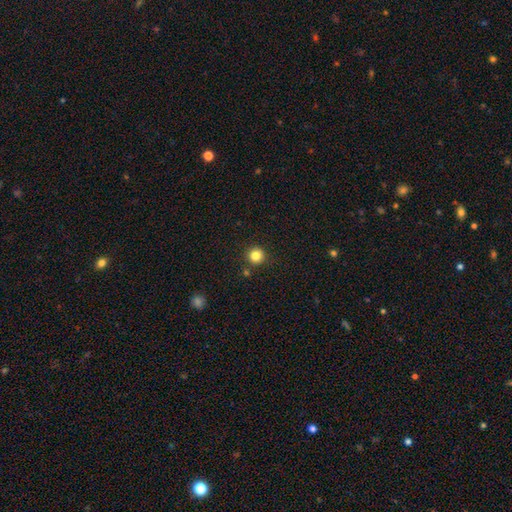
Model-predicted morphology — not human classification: smooth-or-featured: smooth: 83% | star or artifact: 12% | featured or disk: 5%
  how-rounded: round: 95% | in between: 4% | cigar-shaped: 1%
  merging: none: 89% | minor disturbance: 6% | merger: 4% | major disturbance: 2%